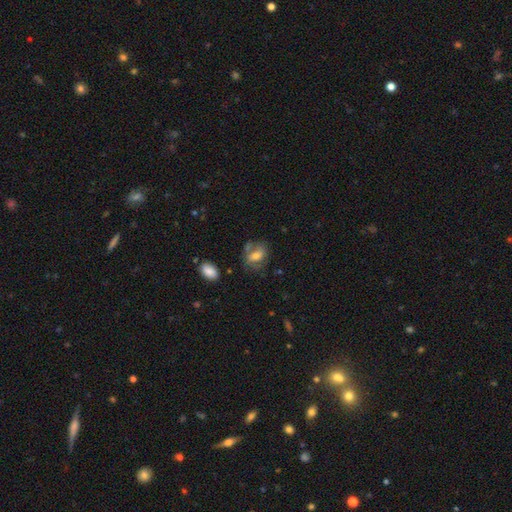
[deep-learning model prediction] Smooth or featured?
  - smooth: 53% *
  - featured or disk: 37%
  - star or artifact: 10%
How rounded?
  - in between: 74% *
  - round: 24%
  - cigar-shaped: 3%
Merging?
  - none: 49% *
  - minor disturbance: 25%
  - major disturbance: 18%
  - merger: 9%